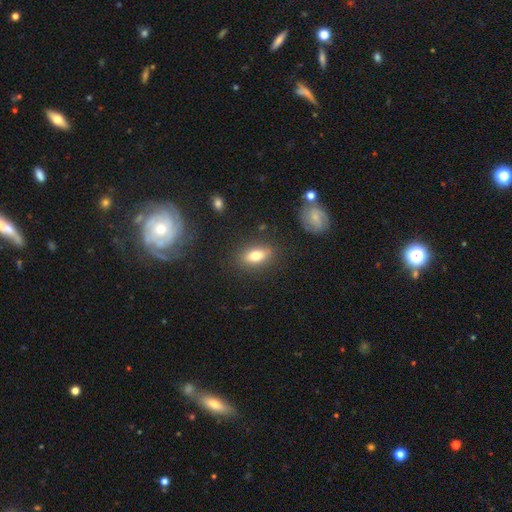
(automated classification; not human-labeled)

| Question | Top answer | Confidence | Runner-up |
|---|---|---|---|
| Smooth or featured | smooth | 72% | featured or disk (19%) |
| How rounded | in between | 78% | cigar-shaped (13%) |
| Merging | none | 84% | minor disturbance (11%) |